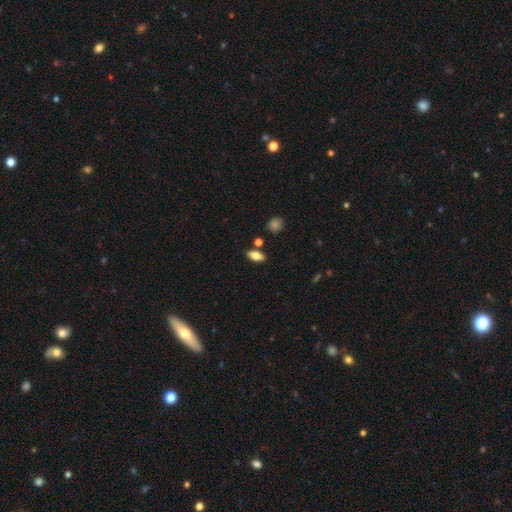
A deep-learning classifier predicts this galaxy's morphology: Smooth or featured: smooth — 78% (featured or disk — 14%)
How rounded: in between — 86% (cigar-shaped — 9%)
Merging: none — 81% (minor disturbance — 10%)